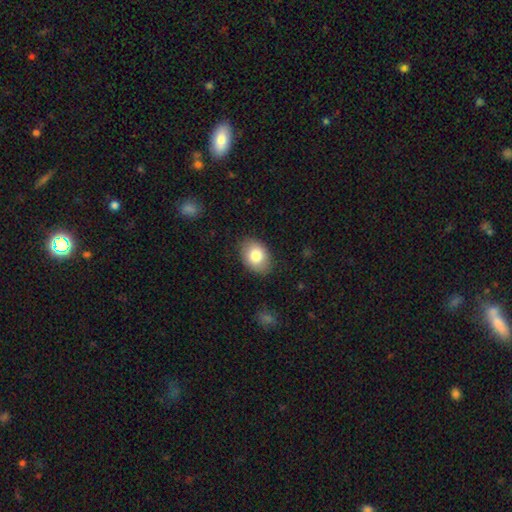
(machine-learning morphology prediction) Smooth or featured: smooth — 82% (featured or disk — 11%)
How rounded: in between — 77% (round — 22%)
Merging: none — 84% (minor disturbance — 12%)